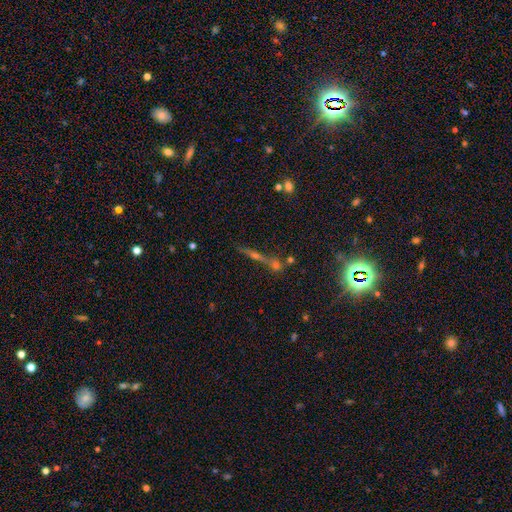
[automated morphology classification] Smooth or featured? star or artifact (54%)